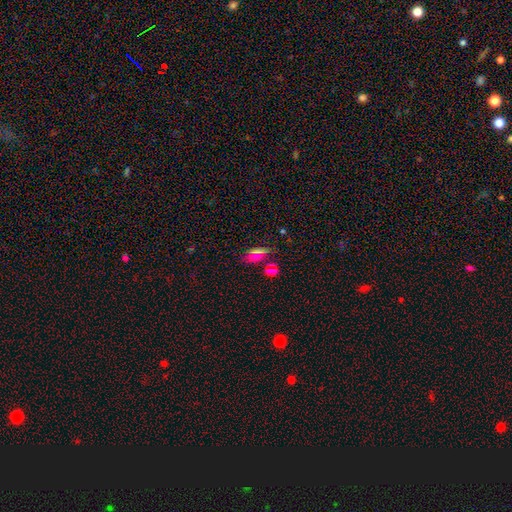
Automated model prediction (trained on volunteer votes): A smooth galaxy with no disk features (59%) that is in between round and cigar-shaped (77%). Merging: none (71%).